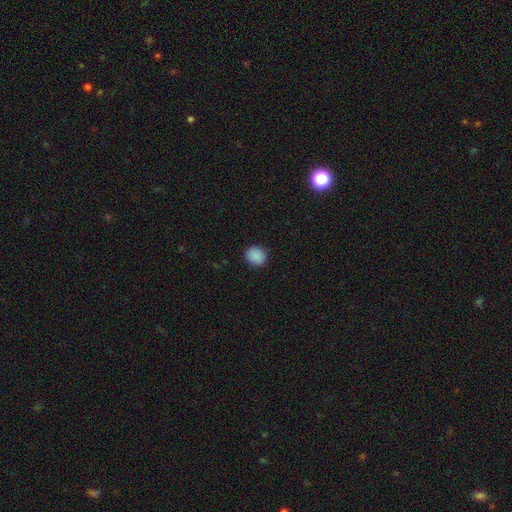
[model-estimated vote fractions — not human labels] Overall: smooth (89%). How rounded: round (84%). Merging: none (90%).